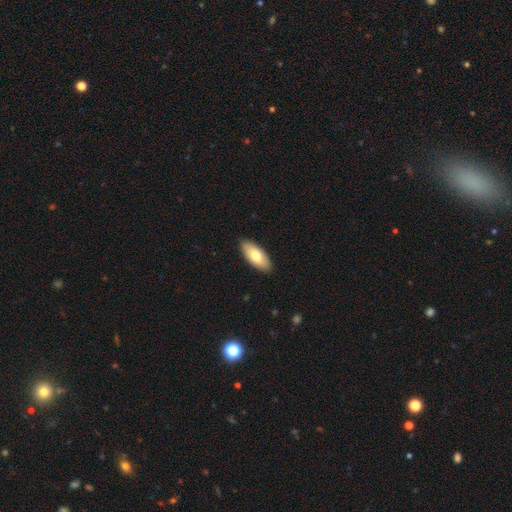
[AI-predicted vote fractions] This is likely a smooth galaxy (75%). How rounded: clearly in between (88%). Merging: clearly none (90%).